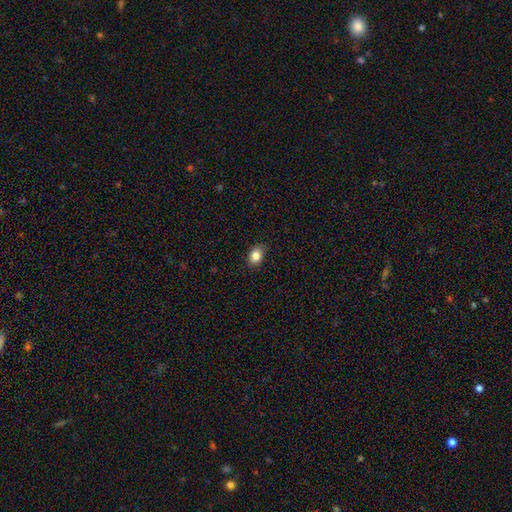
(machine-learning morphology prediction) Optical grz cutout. It shows a smooth galaxy with no disk features (84%) that is in between round and cigar-shaped (67%). Merging: none (87%).